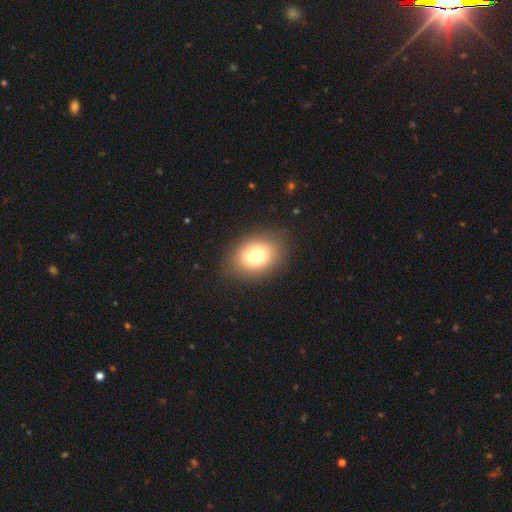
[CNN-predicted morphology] A smooth galaxy with no disk features (77%) that is in between round and cigar-shaped (69%).

Vote fractions:
- Smooth or featured? smooth: 77% / featured or disk: 13% / star or artifact: 11%
- How rounded? in between: 69% / round: 29% / cigar-shaped: 1%
- Merging? none: 84% / minor disturbance: 11% / major disturbance: 4% / merger: 1%